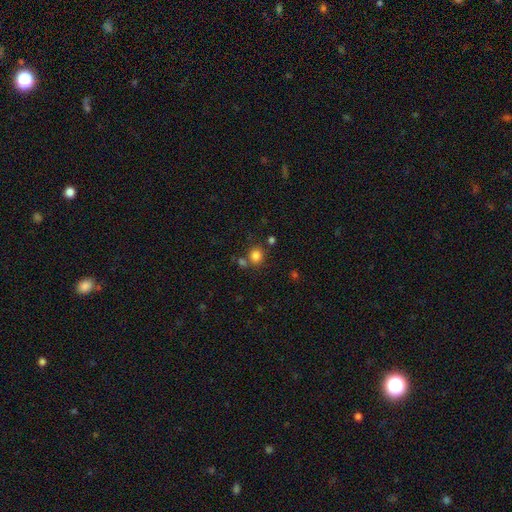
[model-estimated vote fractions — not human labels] Smooth or featured: smooth — 82% (star or artifact — 13%)
How rounded: round — 77% (in between — 22%)
Merging: none — 71% (merger — 14%)